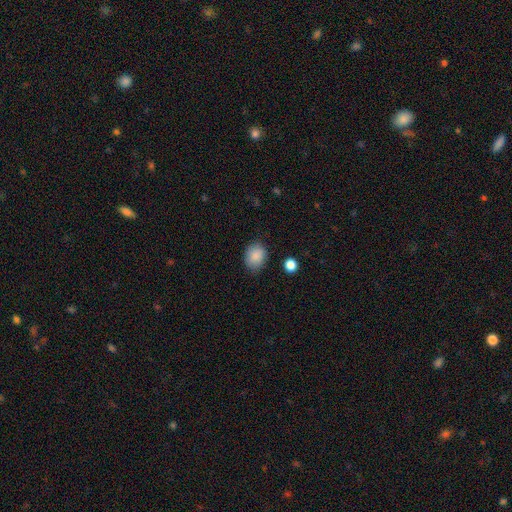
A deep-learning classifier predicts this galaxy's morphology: This is clearly a smooth galaxy (87%). How rounded: possibly in between (53%). Merging: likely none (78%).